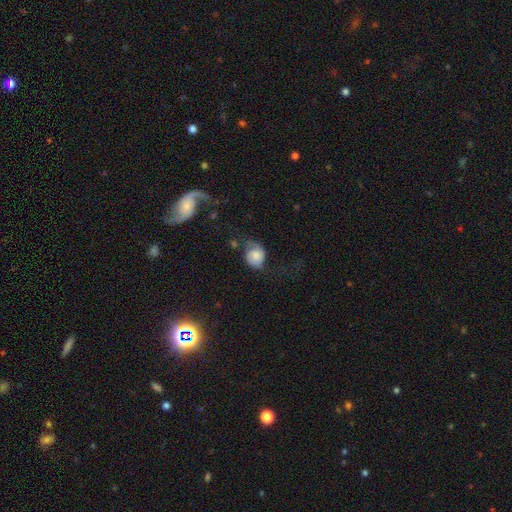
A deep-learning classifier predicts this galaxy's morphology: A smooth galaxy with no disk features (52%) that is round (58%).

Vote fractions:
- Smooth or featured? smooth: 52% / featured or disk: 39% / star or artifact: 9%
- How rounded? round: 58% / in between: 41% / cigar-shaped: 1%
- Merging? none: 38% / major disturbance: 29% / minor disturbance: 28% / merger: 5%